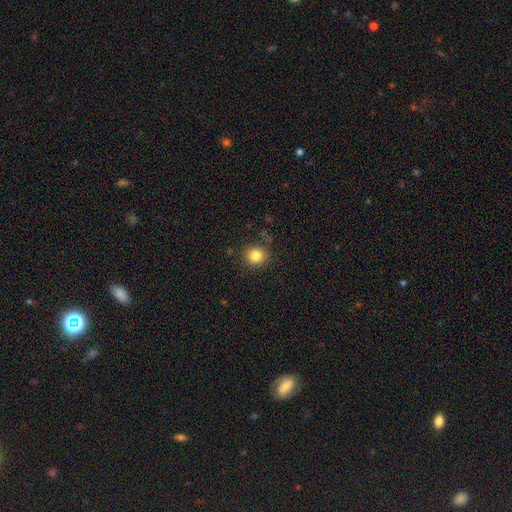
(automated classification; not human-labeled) Smooth or featured: smooth — 83% (star or artifact — 12%)
How rounded: round — 87% (in between — 12%)
Merging: none — 86% (minor disturbance — 9%)